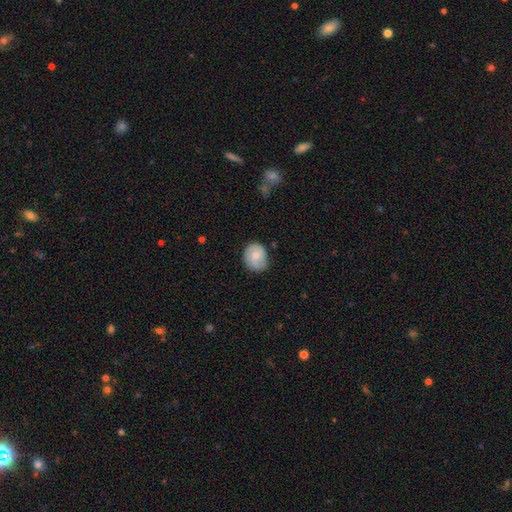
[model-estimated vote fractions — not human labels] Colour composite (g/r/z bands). It shows a smooth galaxy with no disk features (63%) that is round (62%). Merging: none (69%).